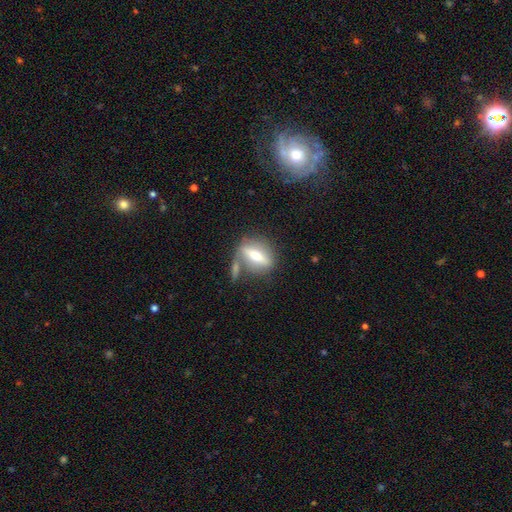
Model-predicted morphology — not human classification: Q: Smooth or featured?
A: featured or disk (47%); runner-up: smooth (45%)
Q: Merging?
A: none (62%); runner-up: merger (16%)